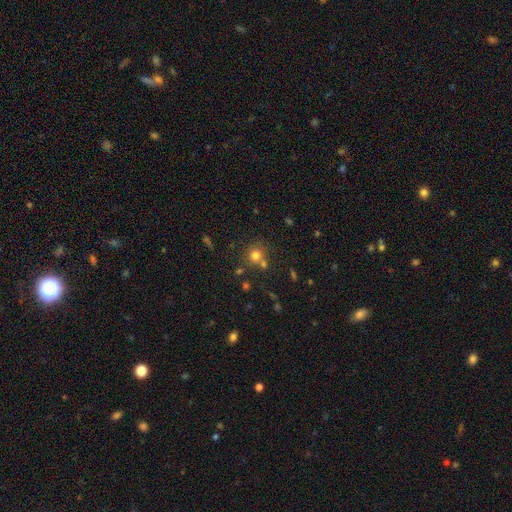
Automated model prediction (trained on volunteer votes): Smooth or featured: smooth — 75% (star or artifact — 16%)
How rounded: round — 88% (in between — 11%)
Merging: none — 64% (merger — 22%)